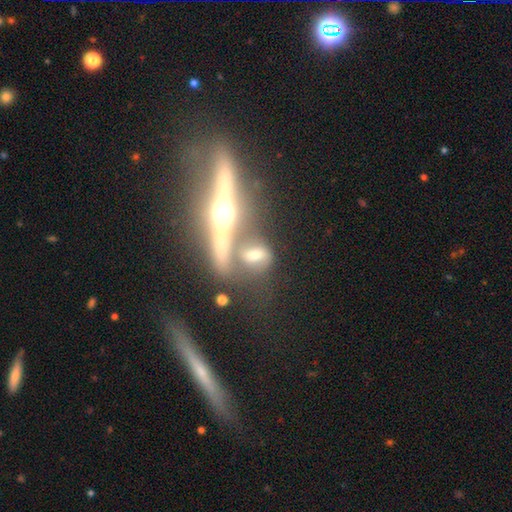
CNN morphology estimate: smooth-or-featured: featured or disk: 50% | smooth: 34% | star or artifact: 16%
  disk-edge-on: yes: 69% | no: 31%
  merging: none: 48% | merger: 32% | minor disturbance: 12% | major disturbance: 9%